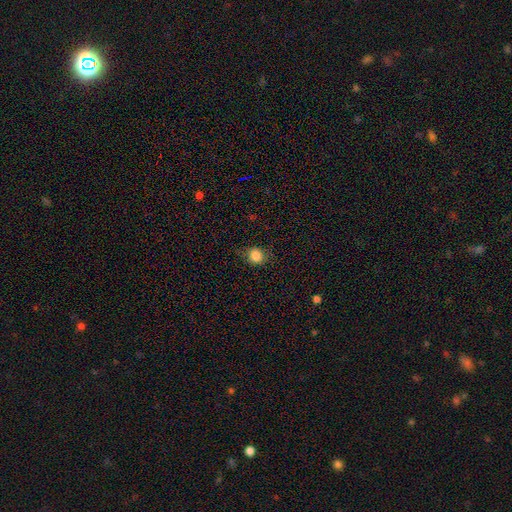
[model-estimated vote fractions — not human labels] Morphology: type=smooth (84%); roundness=round (77%); merging=none (80%).